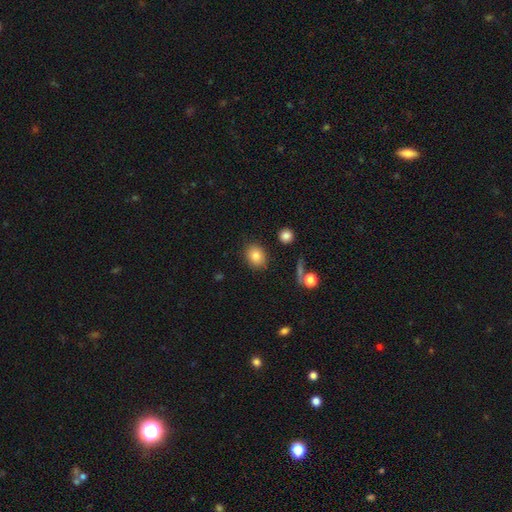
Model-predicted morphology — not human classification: Smooth or featured? Predicted: smooth (p=0.82). How rounded? Predicted: round (p=0.54). Merging? Predicted: none (p=0.85).